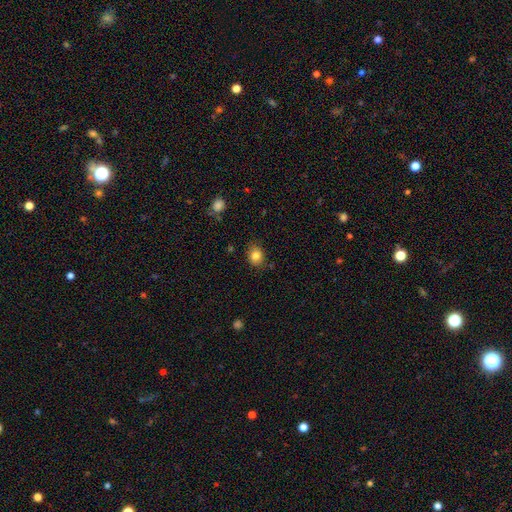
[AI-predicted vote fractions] smooth 84%, star or artifact 10%, featured or disk 6%. Down the decision tree: how rounded — round (52%); merging — none (82%).